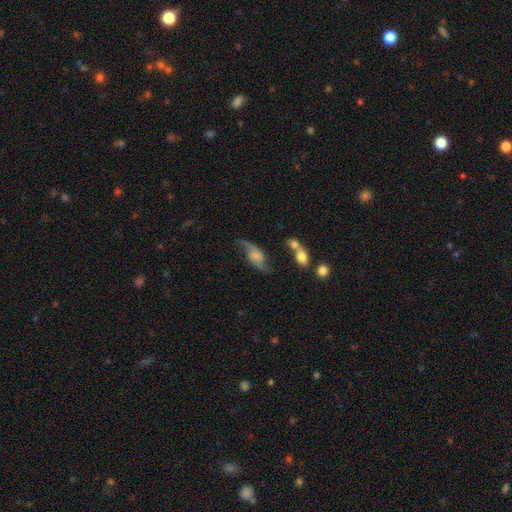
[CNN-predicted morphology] type=featured or disk (79%); edge-on=no (93%); bar=no (54%); spiral arms=yes (94%); winding=loose (76%); arm count=2 (92%); bulge=none (36%); merging=none (60%).